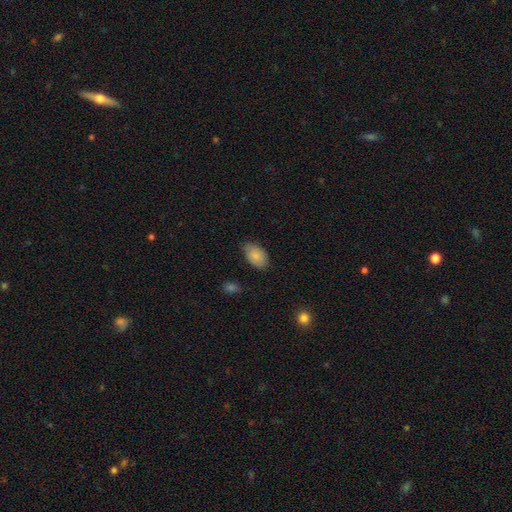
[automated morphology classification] Smooth or featured: smooth — 86% (featured or disk — 7%)
How rounded: in between — 93% (round — 6%)
Merging: none — 76% (minor disturbance — 19%)